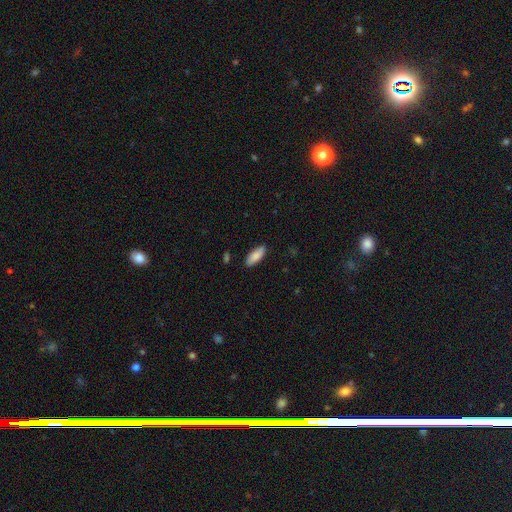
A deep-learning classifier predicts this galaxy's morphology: type=smooth (87%); roundness=in between (78%); merging=none (87%).